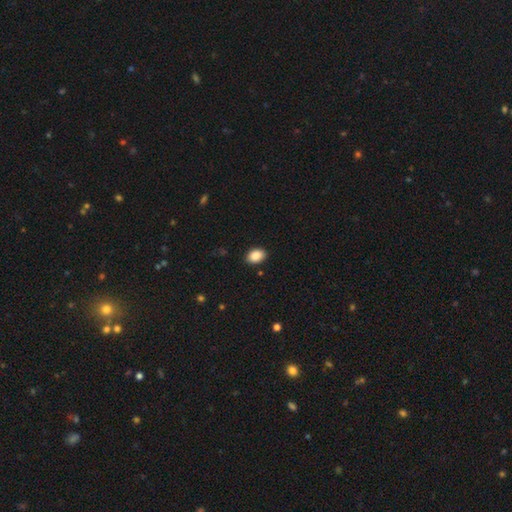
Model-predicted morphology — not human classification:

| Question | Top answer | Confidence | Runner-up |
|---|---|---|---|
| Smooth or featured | smooth | 89% | star or artifact (8%) |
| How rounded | in between | 81% | round (18%) |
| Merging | none | 88% | minor disturbance (9%) |